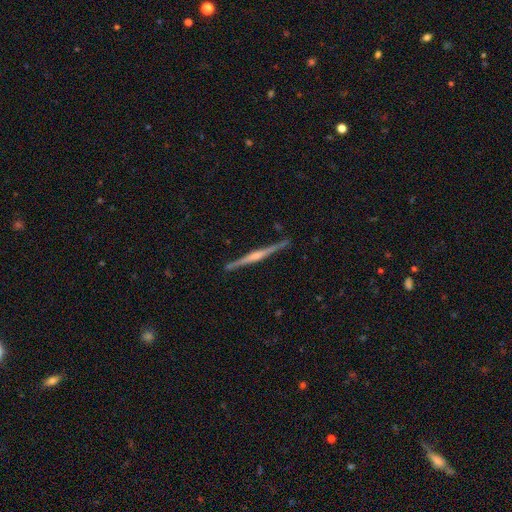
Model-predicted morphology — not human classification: Q: Smooth or featured?
A: featured or disk (84%); runner-up: smooth (11%)
Q: Edge-on disk?
A: yes (99%); runner-up: no (1%)
Q: Edge-on bulge?
A: rounded (76%); runner-up: boxy (14%)
Q: Merging?
A: none (91%); runner-up: minor disturbance (6%)